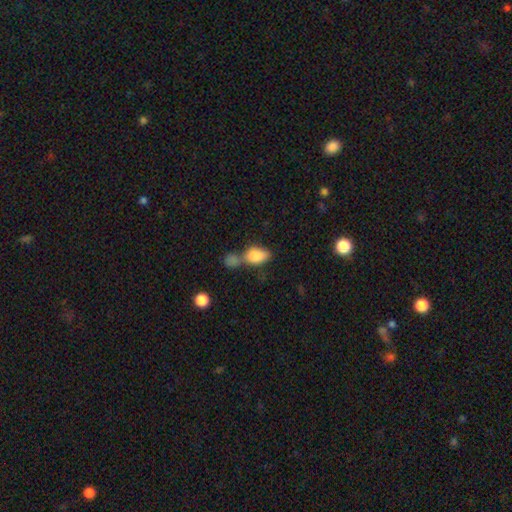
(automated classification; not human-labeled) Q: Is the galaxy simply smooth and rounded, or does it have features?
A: smooth — 84%.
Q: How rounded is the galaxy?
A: in between — 88%.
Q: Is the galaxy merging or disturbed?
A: merger — 51%.